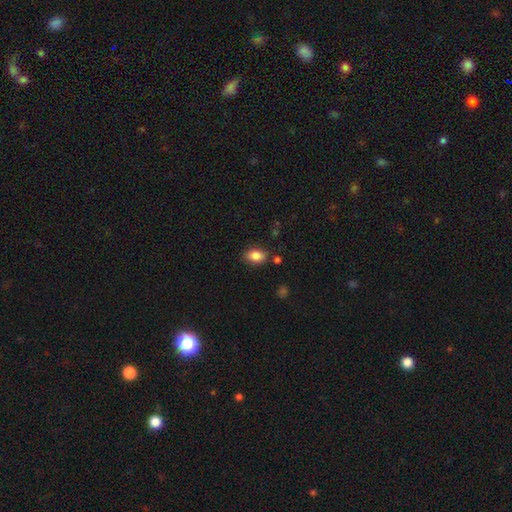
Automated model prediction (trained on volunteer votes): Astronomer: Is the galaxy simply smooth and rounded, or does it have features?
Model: smooth — 85%.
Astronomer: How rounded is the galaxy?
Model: in between — 83%.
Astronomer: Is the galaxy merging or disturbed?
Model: none — 80%.